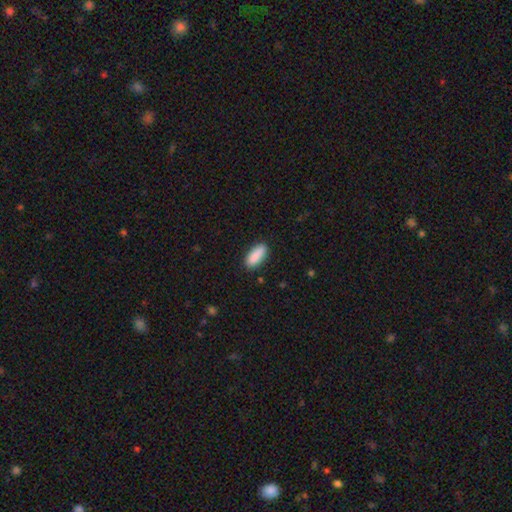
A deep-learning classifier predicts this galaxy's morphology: This is clearly a smooth galaxy (89%). How rounded: likely in between (71%). Merging: clearly none (87%).